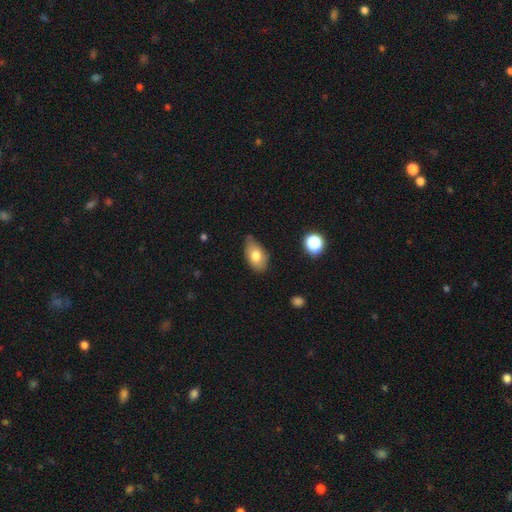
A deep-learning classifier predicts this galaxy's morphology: This is likely a smooth galaxy (75%). How rounded: clearly in between (90%). Merging: likely none (63%).